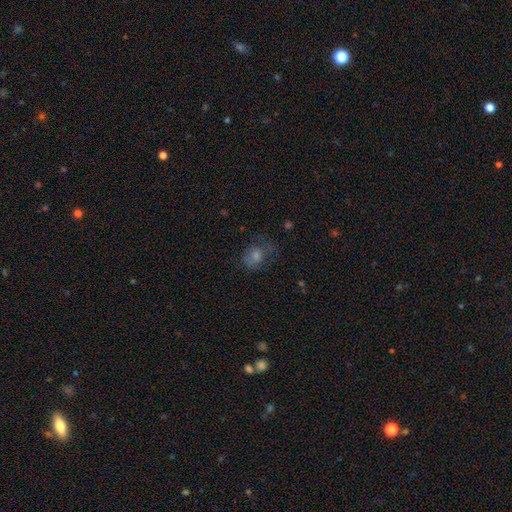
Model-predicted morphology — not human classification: A smooth galaxy with no disk features (48%). Merging: none (59%).